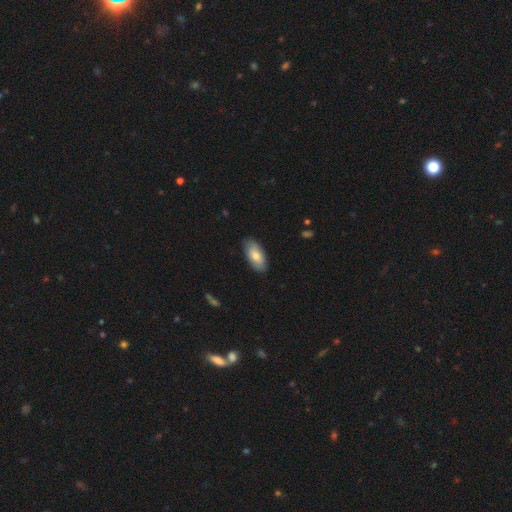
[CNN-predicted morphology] type=smooth (74%); roundness=in between (92%); merging=none (85%).